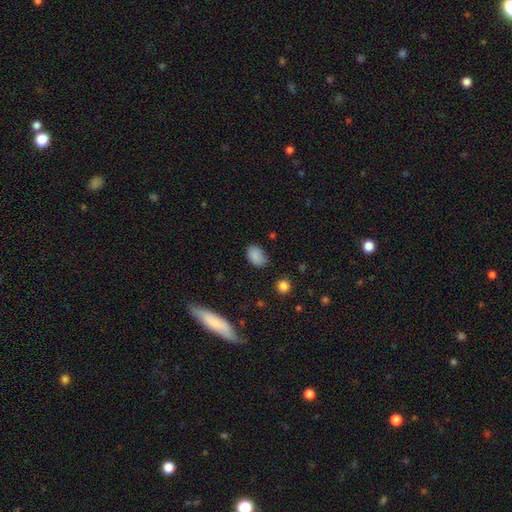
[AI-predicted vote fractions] A smooth galaxy with no disk features (86%) that is in between round and cigar-shaped (84%). Merging: none (80%).